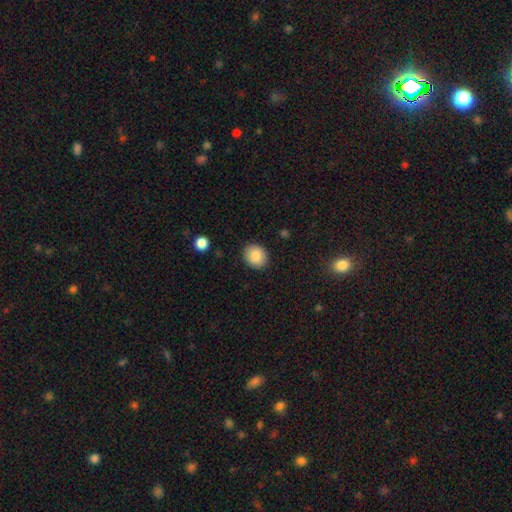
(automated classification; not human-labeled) Smooth or featured?
  - smooth: 87% *
  - star or artifact: 8%
  - featured or disk: 5%
How rounded?
  - round: 74% *
  - in between: 25%
  - cigar-shaped: 1%
Merging?
  - none: 89% *
  - minor disturbance: 8%
  - major disturbance: 2%
  - merger: 1%